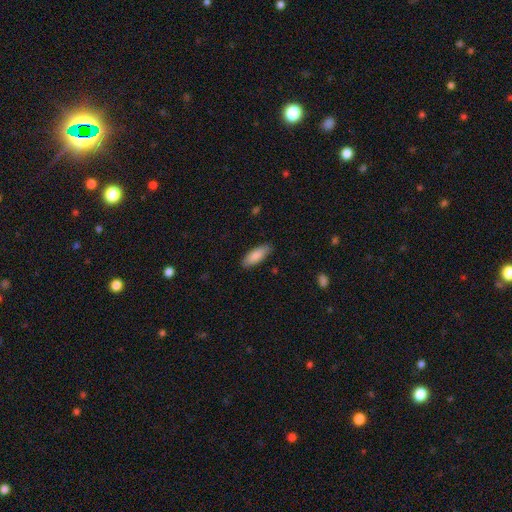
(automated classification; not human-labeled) A smooth galaxy with no disk features (87%) that is in between round and cigar-shaped (71%). Merging: none (85%).